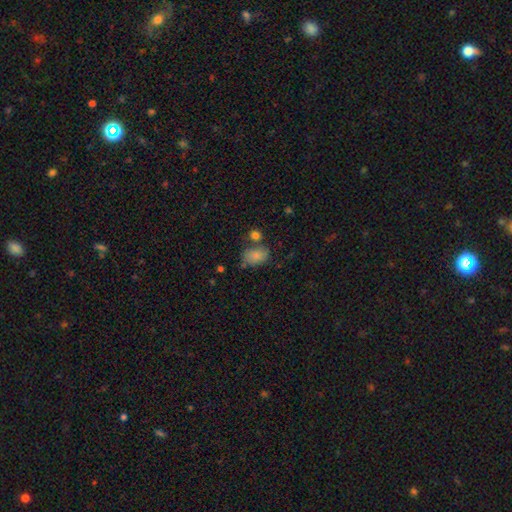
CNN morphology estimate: Smooth or featured: smooth — 83% (star or artifact — 9%)
How rounded: in between — 84% (round — 15%)
Merging: none — 57% (minor disturbance — 19%)